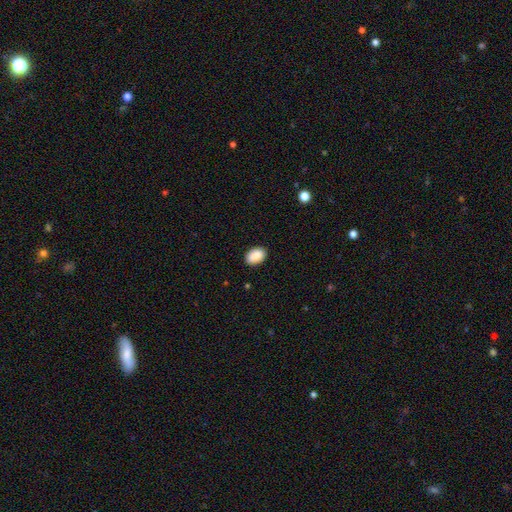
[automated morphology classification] Q: Smooth or featured?
A: smooth (89%); runner-up: star or artifact (7%)
Q: How rounded?
A: in between (88%); runner-up: round (11%)
Q: Merging?
A: none (89%); runner-up: minor disturbance (8%)